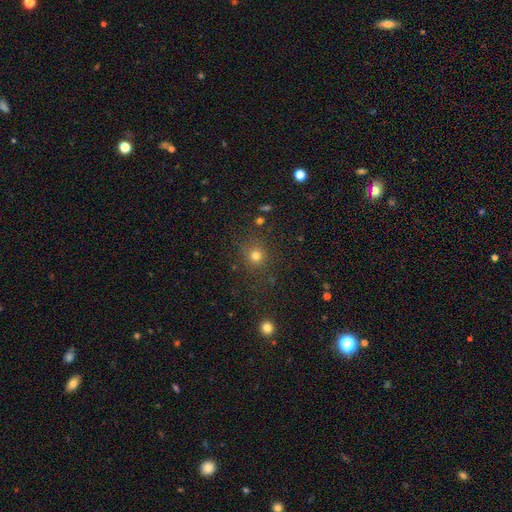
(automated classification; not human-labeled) A smooth galaxy with no disk features (75%) that is round (90%).

Vote fractions:
- Smooth or featured? smooth: 75% / star or artifact: 18% / featured or disk: 6%
- How rounded? round: 90% / in between: 9% / cigar-shaped: 1%
- Merging? none: 84% / minor disturbance: 9% / major disturbance: 4% / merger: 3%